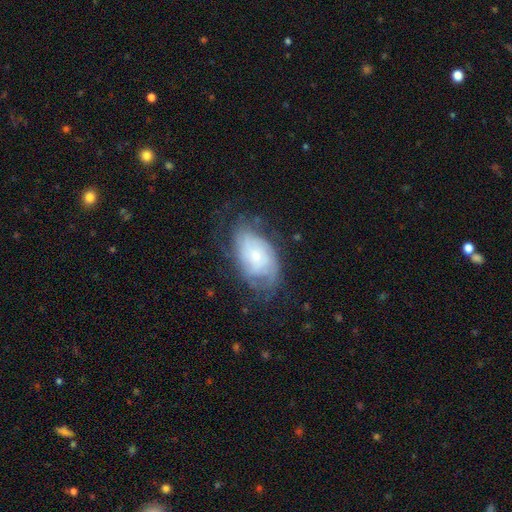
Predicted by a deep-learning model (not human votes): Smooth or featured: featured or disk — 66% (smooth — 27%)
Edge-on disk: no — 95% (yes — 5%)
Bar: no — 77% (weak — 20%)
Spiral arms: yes — 83% (no — 17%)
Spiral winding: tight — 53% (medium — 32%)
Spiral arm count: can't tell — 55% (2 — 18%)
Bulge size: small — 66% (moderate — 27%)
Merging: none — 56% (minor disturbance — 25%)